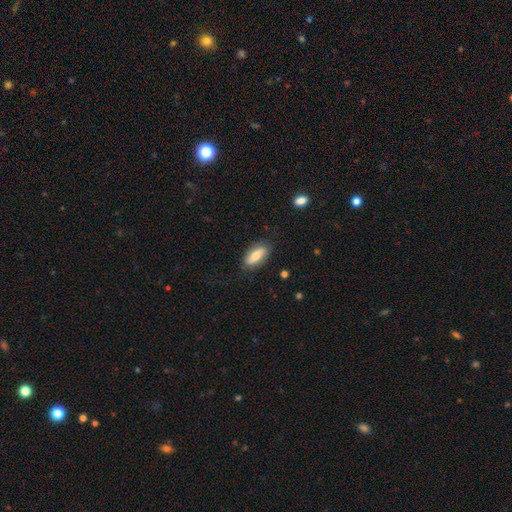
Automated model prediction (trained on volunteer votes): A smooth galaxy with no disk features (68%) that is in between round and cigar-shaped (82%).

Vote fractions:
- Smooth or featured? smooth: 68% / featured or disk: 26% / star or artifact: 6%
- How rounded? in between: 82% / cigar-shaped: 15% / round: 3%
- Merging? none: 81% / minor disturbance: 14% / major disturbance: 3% / merger: 1%